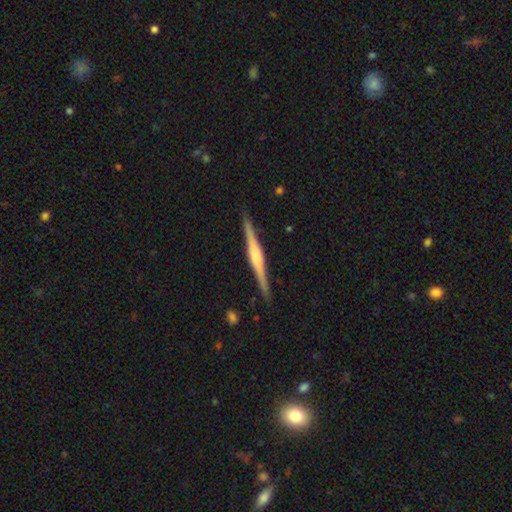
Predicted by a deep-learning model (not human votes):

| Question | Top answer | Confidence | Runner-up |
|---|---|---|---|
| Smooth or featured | featured or disk | 78% | smooth (16%) |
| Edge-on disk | yes | 98% | no (2%) |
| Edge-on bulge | rounded | 62% | boxy (29%) |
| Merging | none | 90% | minor disturbance (7%) |